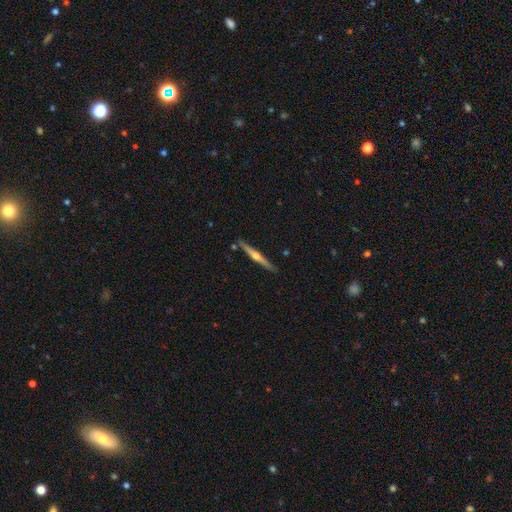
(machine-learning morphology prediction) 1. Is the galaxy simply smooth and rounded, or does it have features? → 72% featured or disk, 23% smooth, 5% star or artifact.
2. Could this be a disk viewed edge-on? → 98% yes, 2% no.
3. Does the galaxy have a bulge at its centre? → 89% rounded, 6% none, 4% boxy.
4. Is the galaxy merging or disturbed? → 87% none, 8% minor disturbance, 3% merger, 2% major disturbance.